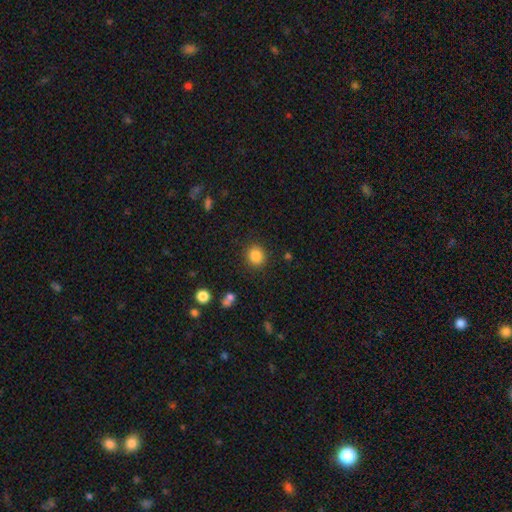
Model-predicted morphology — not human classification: The model was most divided on "how rounded": round: 83%, in between: 16%, cigar-shaped: 1%. More confident: merging — none (89%); smooth or featured — smooth (85%).